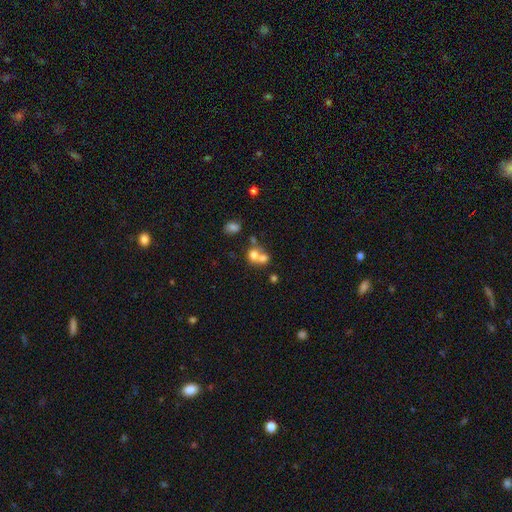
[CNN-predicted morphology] type=smooth (67%); roundness=round (69%); merging=merger (63%).